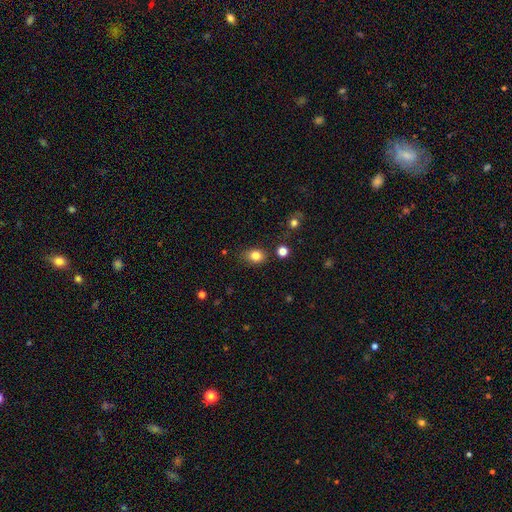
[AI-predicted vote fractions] Smooth or featured? smooth (83%)
How rounded? in between (54%)
Merging? none (76%)